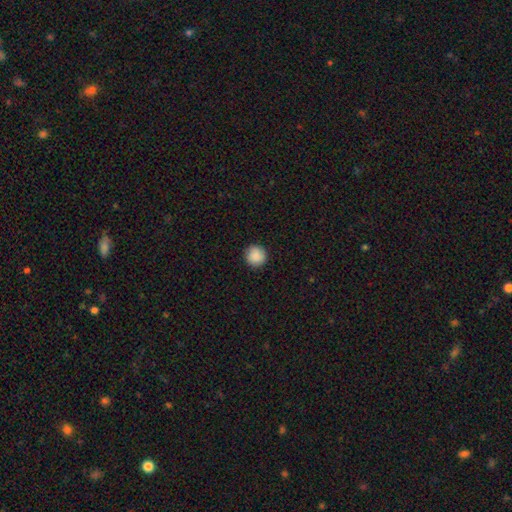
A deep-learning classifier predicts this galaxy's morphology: A smooth galaxy with no disk features (89%) that is round (94%). Merging: none (90%).